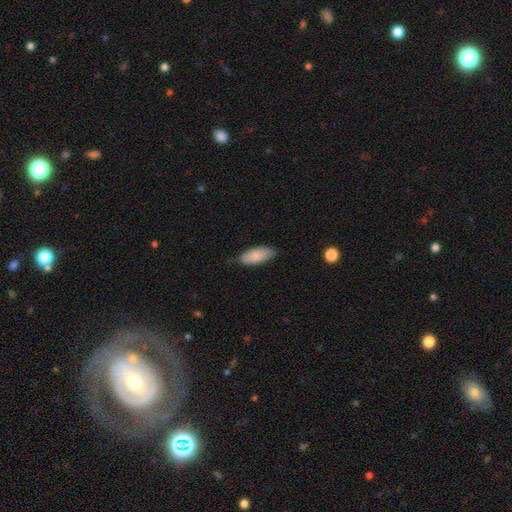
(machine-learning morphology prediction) This is clearly a smooth galaxy (84%). How rounded: clearly in between (87%). Merging: likely none (71%).